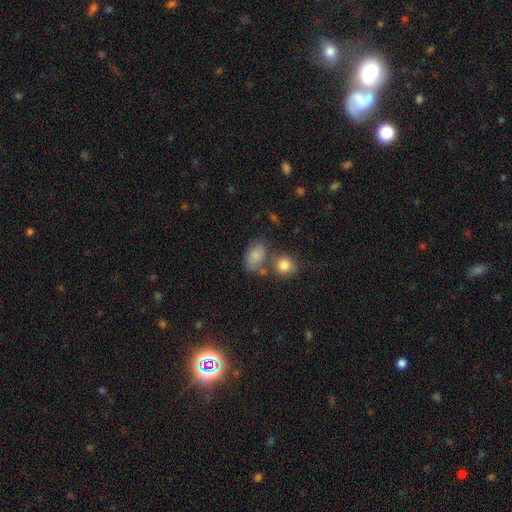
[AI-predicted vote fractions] Smooth or featured? smooth (79%)
How rounded? in between (82%)
Merging? none (49%)